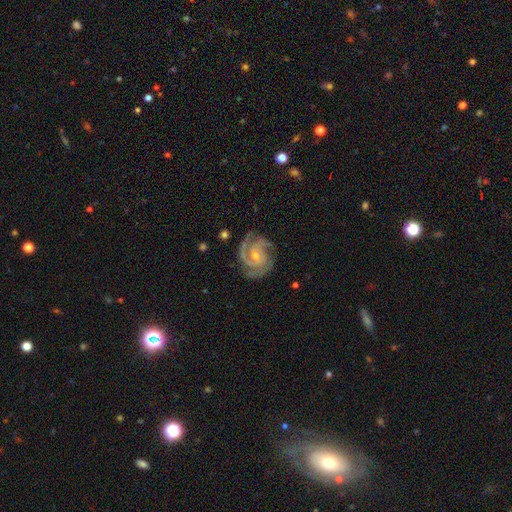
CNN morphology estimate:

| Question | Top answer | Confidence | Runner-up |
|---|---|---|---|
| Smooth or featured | featured or disk | 91% | star or artifact (5%) |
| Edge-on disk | no | 98% | yes (2%) |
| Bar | no | 67% | weak (25%) |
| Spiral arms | yes | 98% | no (2%) |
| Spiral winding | tight | 63% | medium (33%) |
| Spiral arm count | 3 | 52% | 2 (21%) |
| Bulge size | small | 67% | moderate (29%) |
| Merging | none | 78% | minor disturbance (16%) |